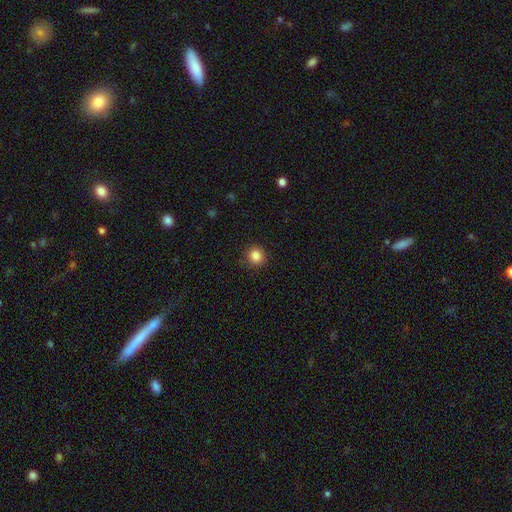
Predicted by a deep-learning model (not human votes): Smooth or featured? Predicted: smooth (p=0.85). How rounded? Predicted: round (p=0.92). Merging? Predicted: none (p=0.91).